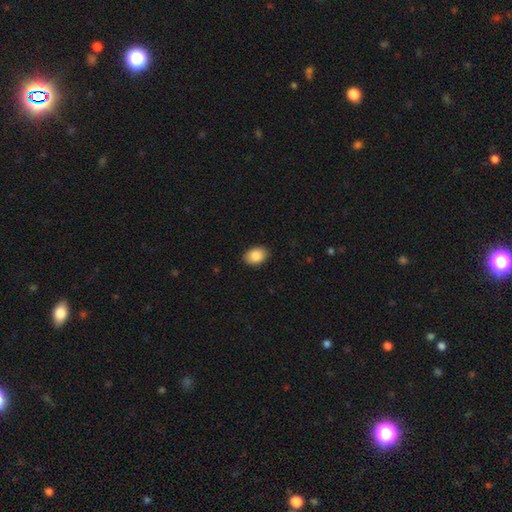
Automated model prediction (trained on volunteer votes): Smooth or featured: smooth — 89% (star or artifact — 7%)
How rounded: in between — 78% (round — 21%)
Merging: none — 89% (minor disturbance — 8%)